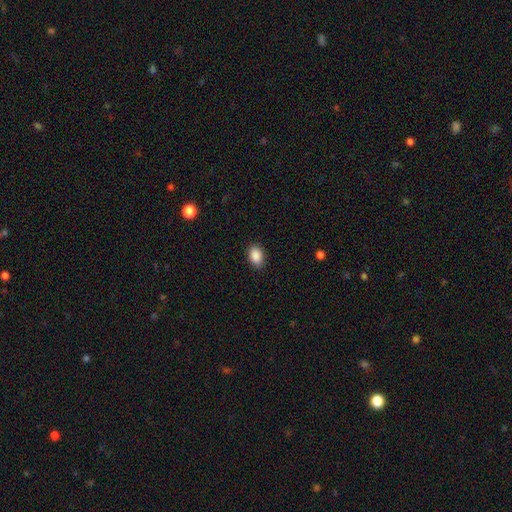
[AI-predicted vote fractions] smooth_or_featured: smooth (p=0.89) [alt: star or artifact p=0.08]
how_rounded: in between (p=0.82) [alt: round p=0.17]
merging: none (p=0.87) [alt: minor disturbance p=0.09]